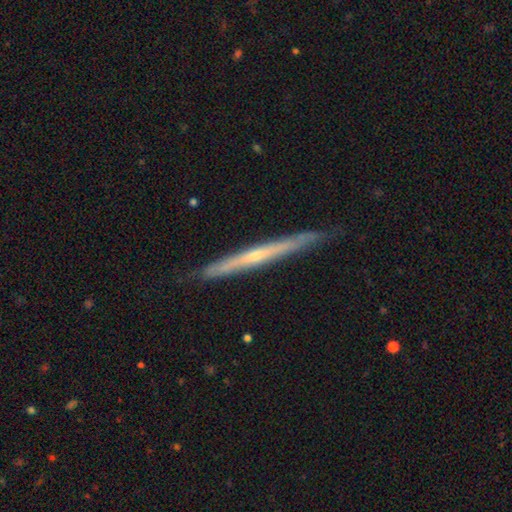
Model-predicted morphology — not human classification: Smooth or featured: featured or disk — 71% (smooth — 24%)
Edge-on disk: yes — 96% (no — 4%)
Edge-on bulge: none — 50% (rounded — 47%)
Merging: none — 85% (minor disturbance — 12%)